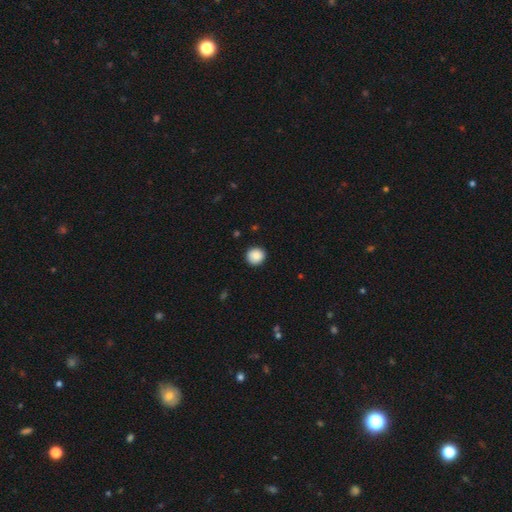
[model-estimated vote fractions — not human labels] Morphology: type=smooth (88%); roundness=round (91%); merging=none (89%).